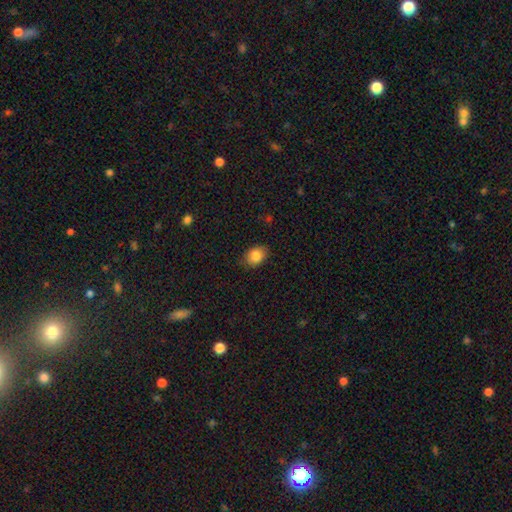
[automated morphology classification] This is clearly a smooth galaxy (85%). How rounded: likely in between (69%). Merging: clearly none (82%).